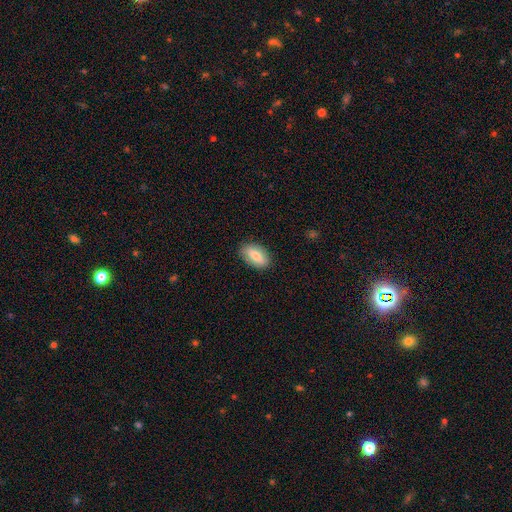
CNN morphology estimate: A smooth galaxy with no disk features (76%) that is in between round and cigar-shaped (90%).

Vote fractions:
- Smooth or featured? smooth: 76% / featured or disk: 17% / star or artifact: 7%
- How rounded? in between: 90% / cigar-shaped: 5% / round: 5%
- Merging? none: 85% / minor disturbance: 12% / major disturbance: 3% / merger: 1%